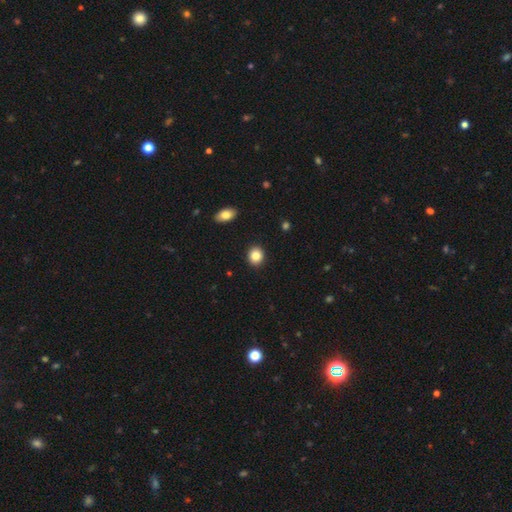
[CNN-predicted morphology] This appears to be a smooth galaxy with no disk features (85%) that is round (66%). Merging: none (91%).